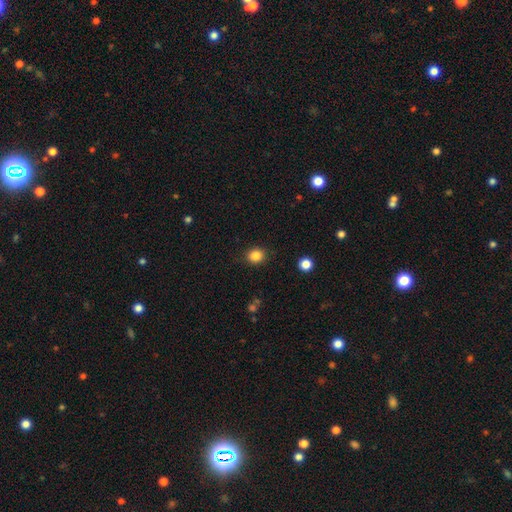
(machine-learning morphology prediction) type=smooth (85%); roundness=round (74%); merging=none (88%).